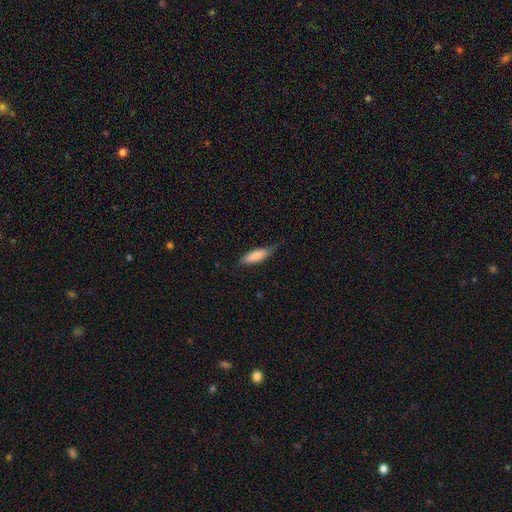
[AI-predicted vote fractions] Morphology: type=smooth (79%); roundness=cigar-shaped (51%); merging=none (58%).